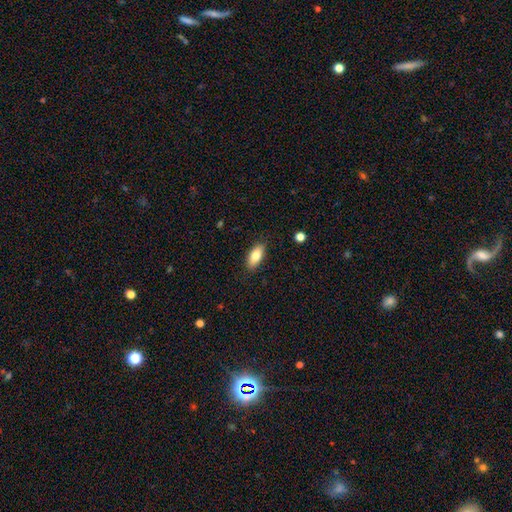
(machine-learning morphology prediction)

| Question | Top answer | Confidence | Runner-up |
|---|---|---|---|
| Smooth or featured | smooth | 80% | featured or disk (13%) |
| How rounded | in between | 84% | cigar-shaped (13%) |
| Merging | none | 86% | minor disturbance (10%) |